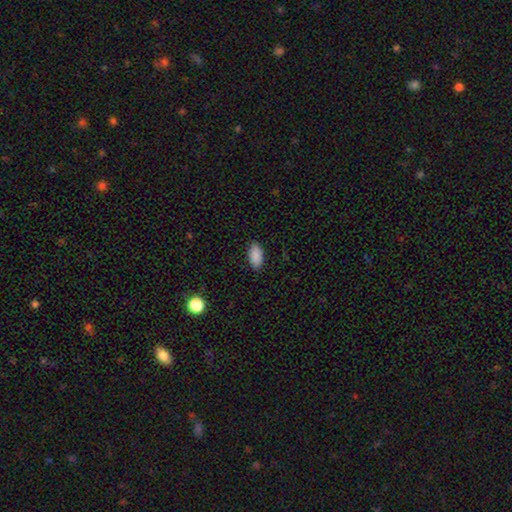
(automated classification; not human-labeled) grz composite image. It shows a smooth galaxy with no disk features (90%) that is in between round and cigar-shaped (92%). Merging: none (88%).